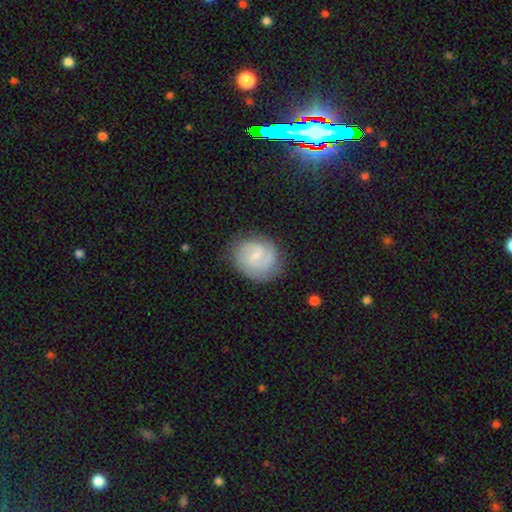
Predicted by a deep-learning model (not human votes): The model was most divided on "spiral winding": tight: 46%, medium: 41%, loose: 12%. More confident: edge-on disk — no (98%); spiral arms — yes (94%); merging — none (76%); smooth or featured — featured or disk (73%); bulge size — small (69%); spiral arm count — 2 (64%); bar — weak (57%).